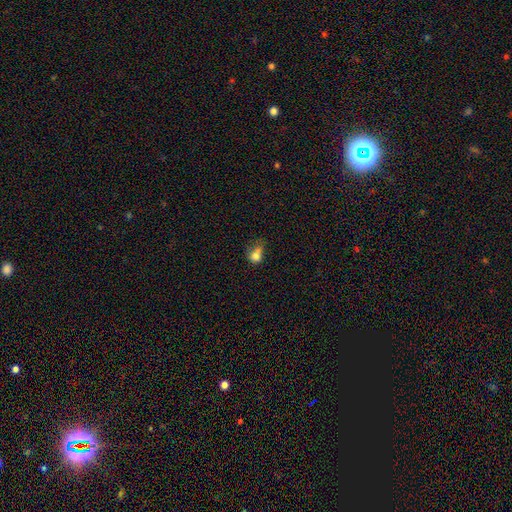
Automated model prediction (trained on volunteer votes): A smooth galaxy with no disk features (76%) that is round (50%).

Vote fractions:
- Smooth or featured? smooth: 76% / star or artifact: 12% / featured or disk: 12%
- How rounded? round: 50% / in between: 49% / cigar-shaped: 2%
- Merging? minor disturbance: 29% / none: 27% / major disturbance: 26% / merger: 19%